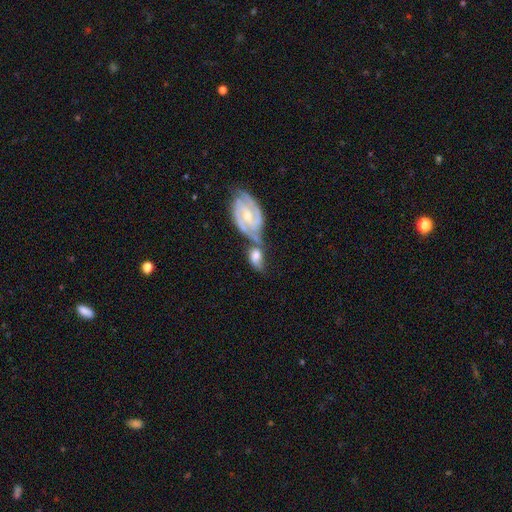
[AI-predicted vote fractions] smooth_or_featured: featured or disk (p=0.61) [alt: smooth p=0.33]
disk_edge_on: no (p=0.94) [alt: yes p=0.06]
bar: weak (p=0.42) [alt: no p=0.40]
has_spiral_arms: yes (p=0.90) [alt: no p=0.10]
spiral_winding: medium (p=0.46) [alt: tight p=0.39]
spiral_arm_count: 2 (p=0.78) [alt: can't tell p=0.09]
bulge_size: moderate (p=0.47) [alt: small p=0.44]
merging: merger (p=0.56) [alt: none p=0.25]